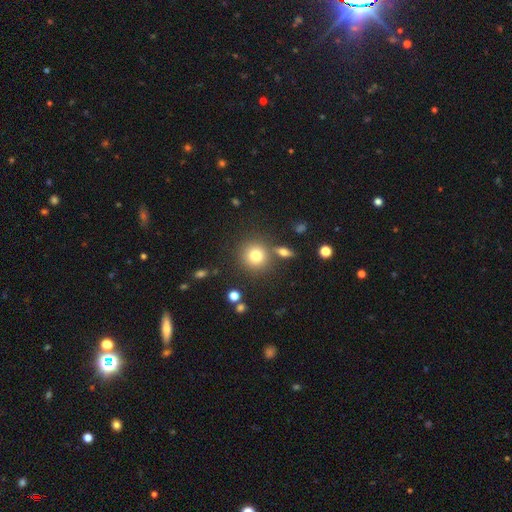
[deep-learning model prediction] Q: Smooth or featured?
A: smooth (78%); runner-up: star or artifact (12%)
Q: How rounded?
A: round (91%); runner-up: in between (8%)
Q: Merging?
A: none (78%); runner-up: merger (10%)